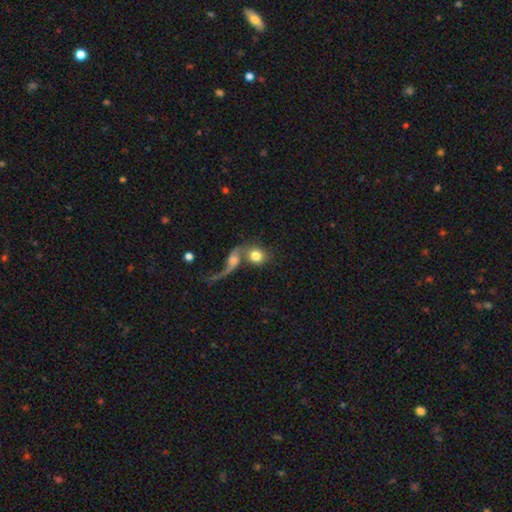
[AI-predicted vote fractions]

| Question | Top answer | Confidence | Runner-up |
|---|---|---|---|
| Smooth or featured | smooth | 68% | featured or disk (24%) |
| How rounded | round | 72% | in between (26%) |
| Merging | merger | 53% | none (28%) |